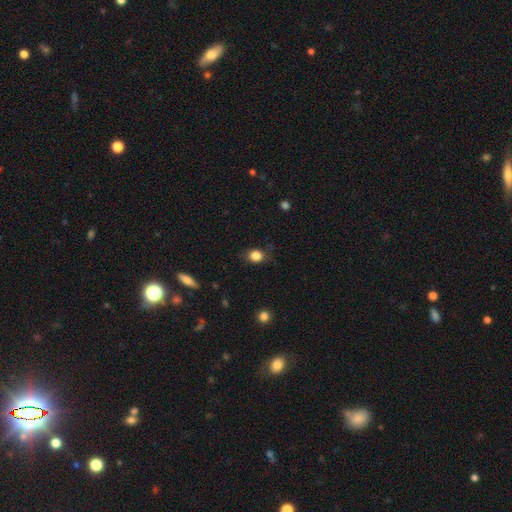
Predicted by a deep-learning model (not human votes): A smooth galaxy with no disk features (83%) that is round (59%). Merging: none (75%).